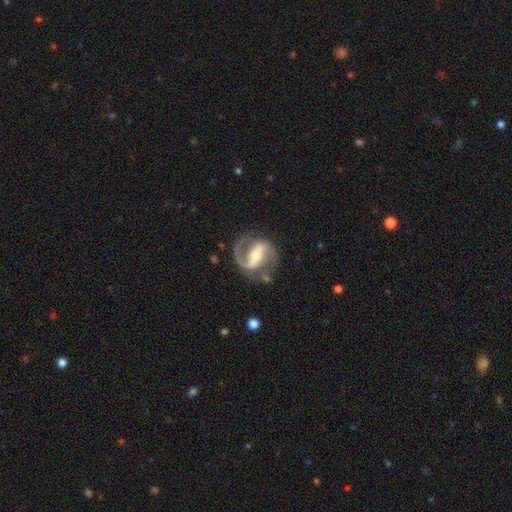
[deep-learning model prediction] Q: Smooth or featured?
A: featured or disk (91%); runner-up: smooth (5%)
Q: Edge-on disk?
A: no (97%); runner-up: yes (3%)
Q: Bar?
A: strong (63%); runner-up: weak (27%)
Q: Spiral arms?
A: yes (97%); runner-up: no (3%)
Q: Spiral winding?
A: medium (57%); runner-up: loose (25%)
Q: Spiral arm count?
A: 2 (90%); runner-up: 1 (5%)
Q: Bulge size?
A: moderate (55%); runner-up: small (36%)
Q: Merging?
A: none (79%); runner-up: minor disturbance (12%)